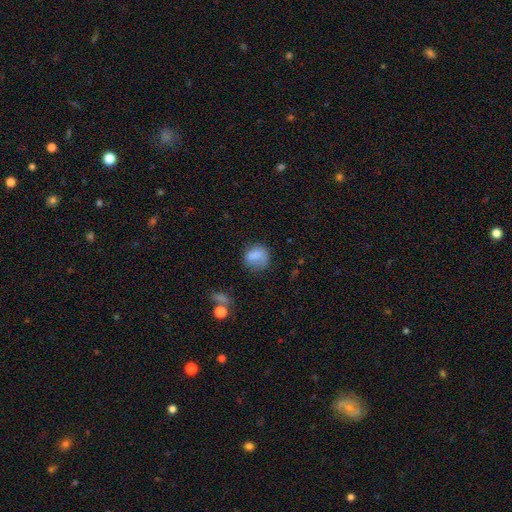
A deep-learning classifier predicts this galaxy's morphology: Smooth or featured?
  - smooth: 78% *
  - featured or disk: 12%
  - star or artifact: 10%
How rounded?
  - round: 63% *
  - in between: 36%
  - cigar-shaped: 2%
Merging?
  - none: 57% *
  - minor disturbance: 26%
  - major disturbance: 14%
  - merger: 3%